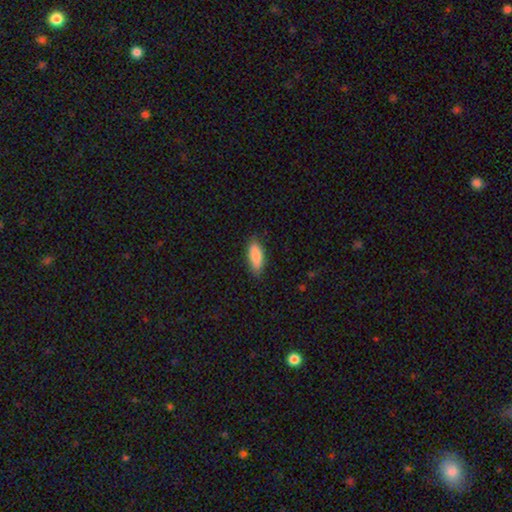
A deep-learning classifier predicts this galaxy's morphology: smooth 87%, featured or disk 7%, star or artifact 6%. Down the decision tree: how rounded — in between (76%); merging — none (83%).